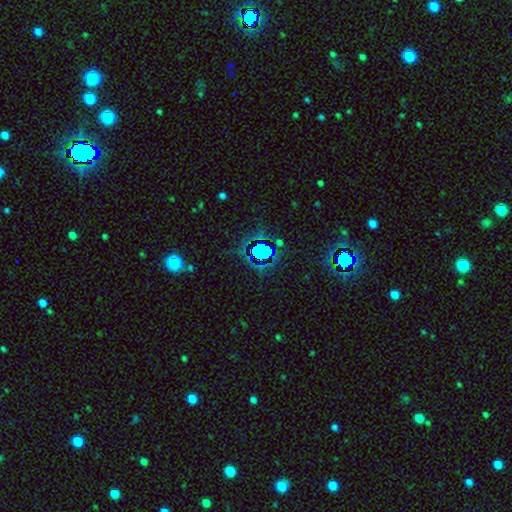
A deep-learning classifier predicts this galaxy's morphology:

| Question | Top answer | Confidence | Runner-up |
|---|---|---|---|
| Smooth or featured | star or artifact | 65% | smooth (24%) |